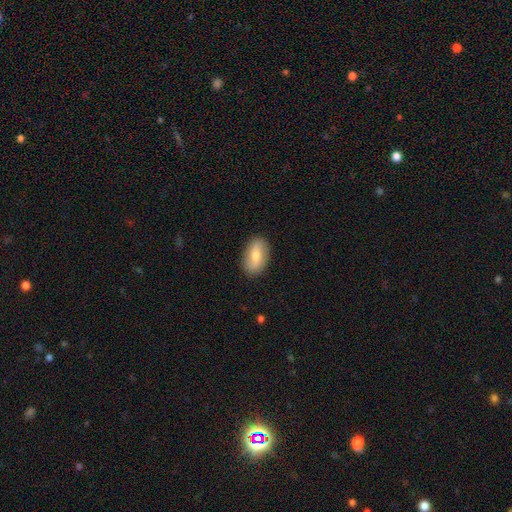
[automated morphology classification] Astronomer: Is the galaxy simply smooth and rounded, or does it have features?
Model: smooth — 68%.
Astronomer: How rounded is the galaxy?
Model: in between — 91%.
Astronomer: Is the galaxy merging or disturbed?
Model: none — 86%.